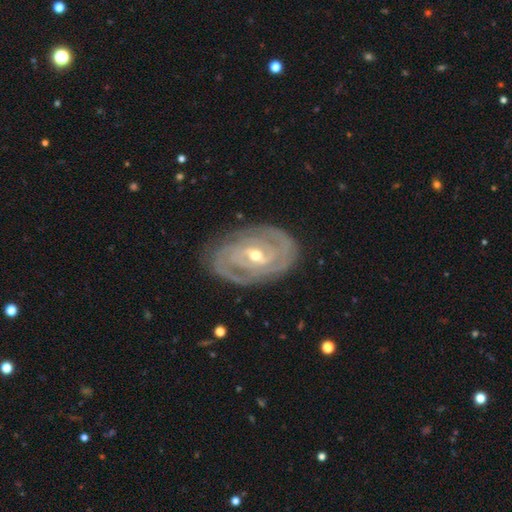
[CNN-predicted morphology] This appears to be a featured or disk galaxy (88%) with a weak bar (47%), 2 (38%) tight (76%) spiral arms (94%) and a moderate central bulge (50%). Merging: none (78%).